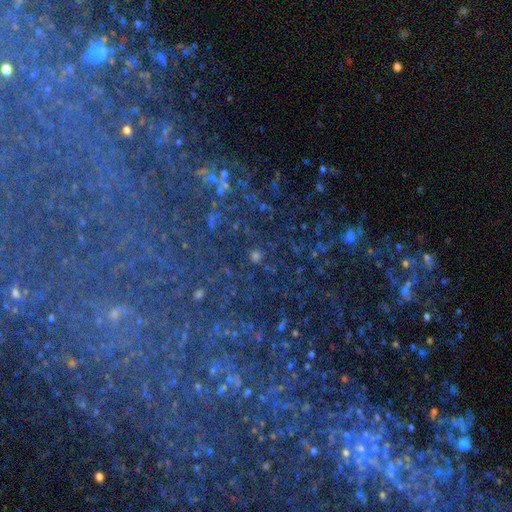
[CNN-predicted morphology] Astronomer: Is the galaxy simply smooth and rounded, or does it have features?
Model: star or artifact — 76%.